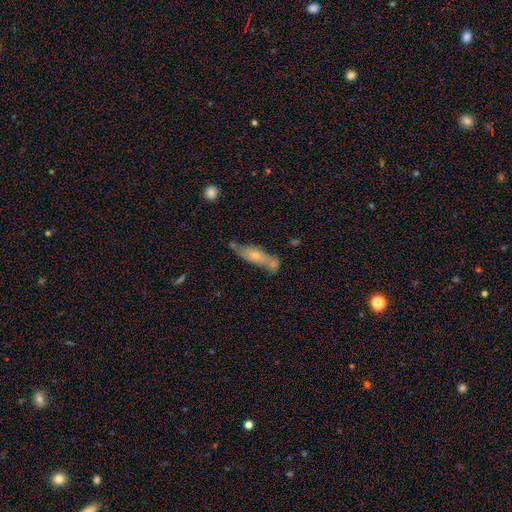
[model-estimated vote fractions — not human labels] smooth_or_featured: smooth (p=0.55) [alt: featured or disk p=0.38]
how_rounded: cigar-shaped (p=0.49) [alt: in between p=0.48]
merging: none (p=0.44) [alt: merger p=0.27]